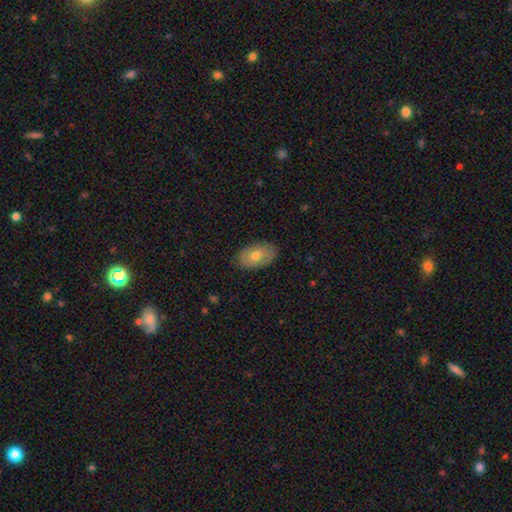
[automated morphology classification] Smooth or featured? Predicted: smooth (p=0.66). How rounded? Predicted: in between (p=0.91). Merging? Predicted: none (p=0.85).